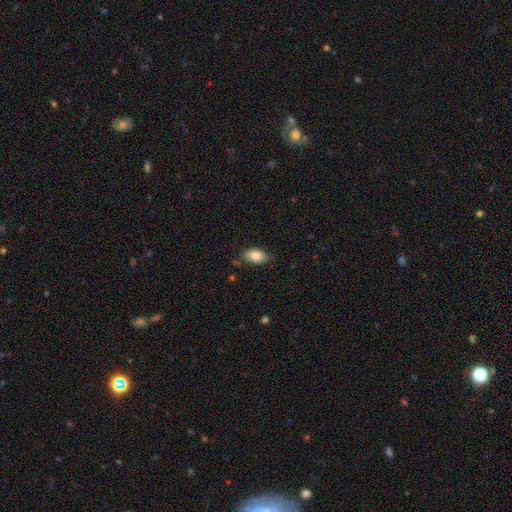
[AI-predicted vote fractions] Morphology: type=smooth (82%); roundness=in between (91%); merging=none (80%).